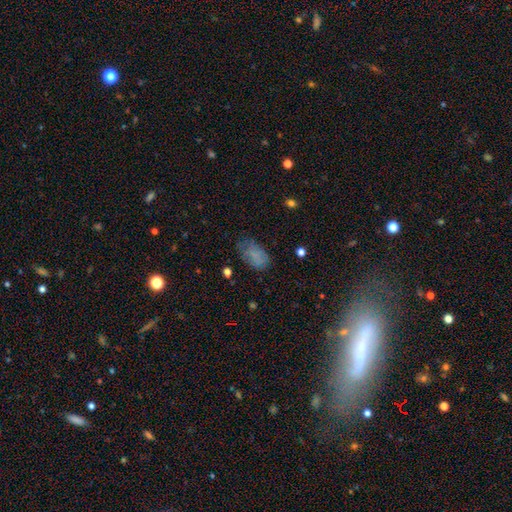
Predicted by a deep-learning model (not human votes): smooth-or-featured: smooth: 73% | featured or disk: 14% | star or artifact: 12%
  how-rounded: in between: 91% | round: 7% | cigar-shaped: 2%
  merging: none: 56% | minor disturbance: 28% | major disturbance: 13% | merger: 2%